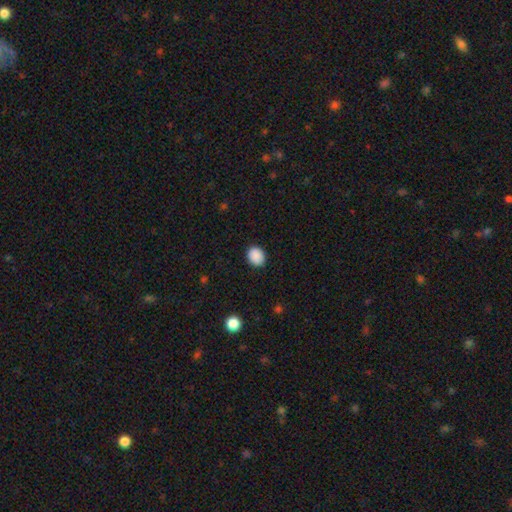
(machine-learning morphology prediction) Smooth or featured? smooth (89%)
How rounded? round (58%)
Merging? none (88%)